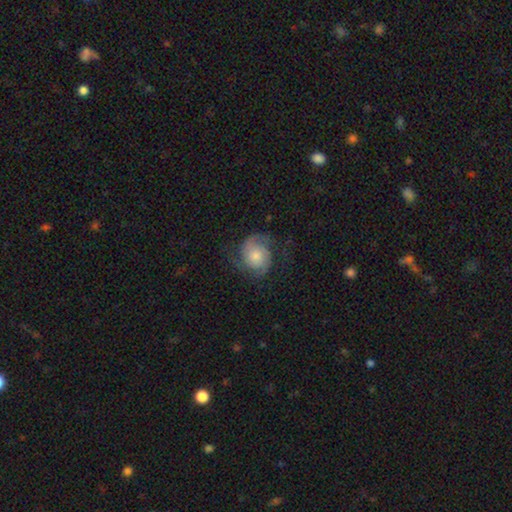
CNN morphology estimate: Q: Smooth or featured?
A: featured or disk (72%); runner-up: smooth (21%)
Q: Edge-on disk?
A: no (98%); runner-up: yes (2%)
Q: Bar?
A: no (75%); runner-up: weak (22%)
Q: Spiral arms?
A: yes (95%); runner-up: no (5%)
Q: Spiral winding?
A: medium (44%); runner-up: tight (36%)
Q: Spiral arm count?
A: 2 (78%); runner-up: can't tell (8%)
Q: Bulge size?
A: moderate (43%); runner-up: small (32%)
Q: Merging?
A: none (68%); runner-up: minor disturbance (18%)